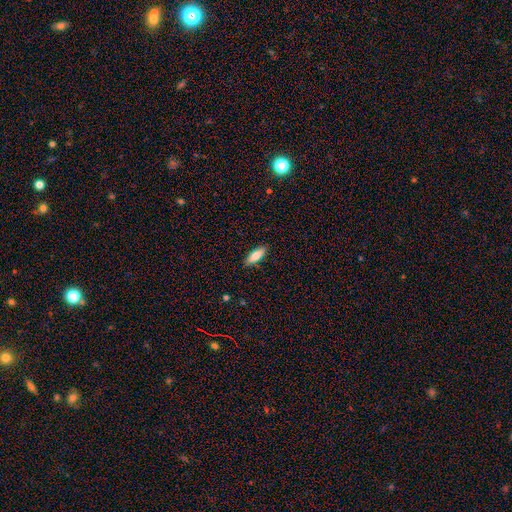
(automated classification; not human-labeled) Q: Smooth or featured?
A: smooth (82%); runner-up: featured or disk (12%)
Q: How rounded?
A: in between (65%); runner-up: cigar-shaped (33%)
Q: Merging?
A: none (88%); runner-up: minor disturbance (9%)